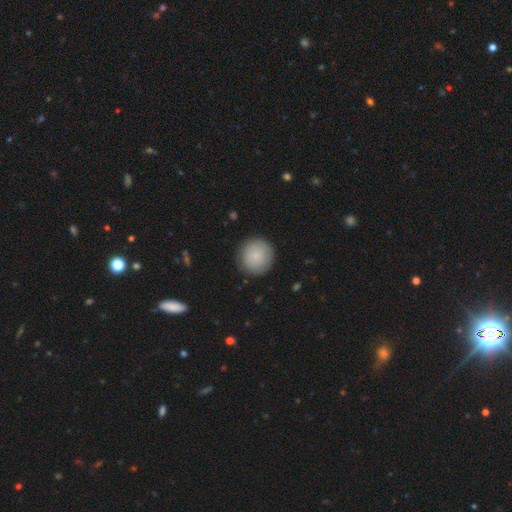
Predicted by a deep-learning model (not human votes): Overall: smooth (85%). How rounded: round (94%). Merging: none (88%).